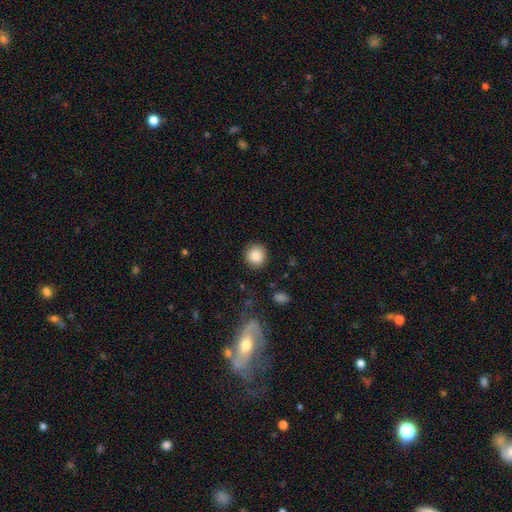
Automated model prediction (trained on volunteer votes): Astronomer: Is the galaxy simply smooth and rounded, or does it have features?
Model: smooth — 87%.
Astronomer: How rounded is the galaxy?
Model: round — 91%.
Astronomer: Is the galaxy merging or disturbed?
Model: none — 89%.